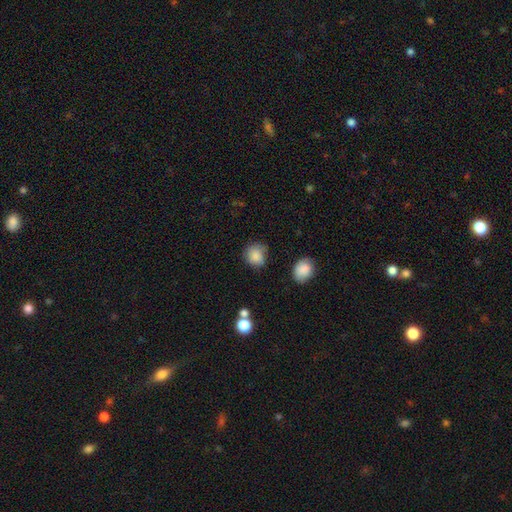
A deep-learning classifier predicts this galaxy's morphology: Smooth or featured: smooth — 85% (star or artifact — 9%)
How rounded: round — 76% (in between — 23%)
Merging: none — 63% (minor disturbance — 27%)